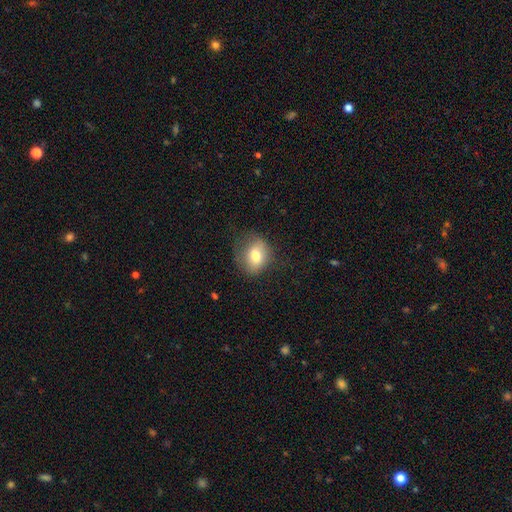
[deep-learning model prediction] Smooth or featured? smooth (75%)
How rounded? in between (54%)
Merging? none (65%)